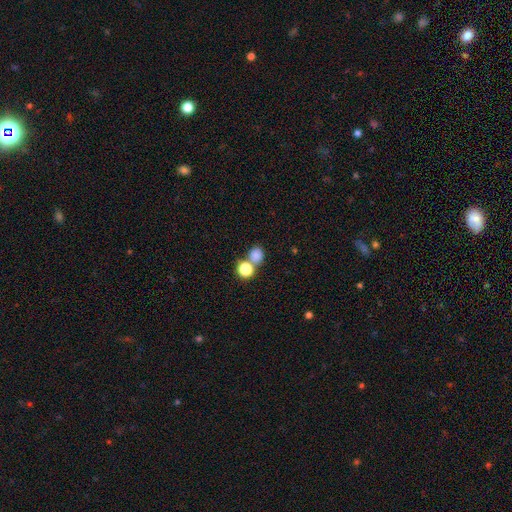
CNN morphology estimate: Overall: smooth (80%). How rounded: round (76%). Merging: none (52%; merger 37%).